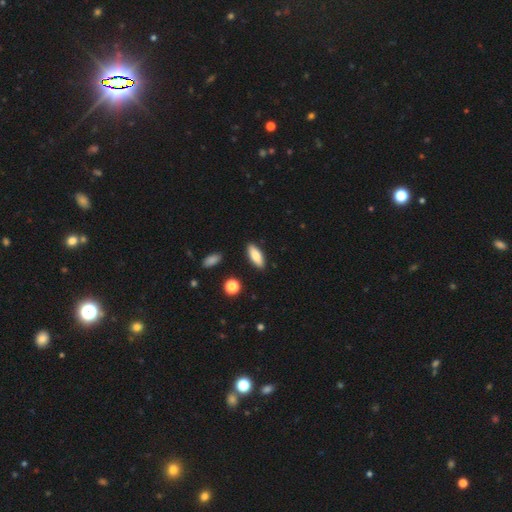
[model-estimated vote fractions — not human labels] This appears to be a smooth galaxy with no disk features (74%) that is in between round and cigar-shaped (67%). Merging: none (88%).